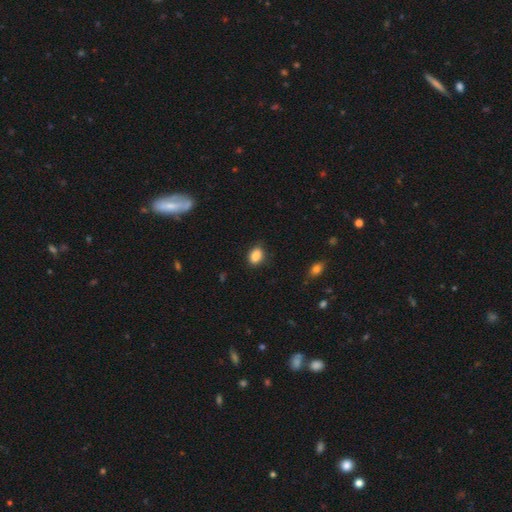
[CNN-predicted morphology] A smooth galaxy with no disk features (87%) that is in between round and cigar-shaped (76%). Merging: none (84%).